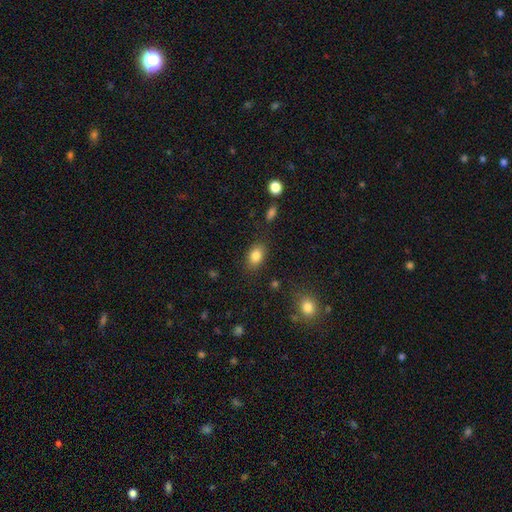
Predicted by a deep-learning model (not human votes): This appears to be a smooth galaxy with no disk features (84%) that is in between round and cigar-shaped (82%). Merging: none (83%).